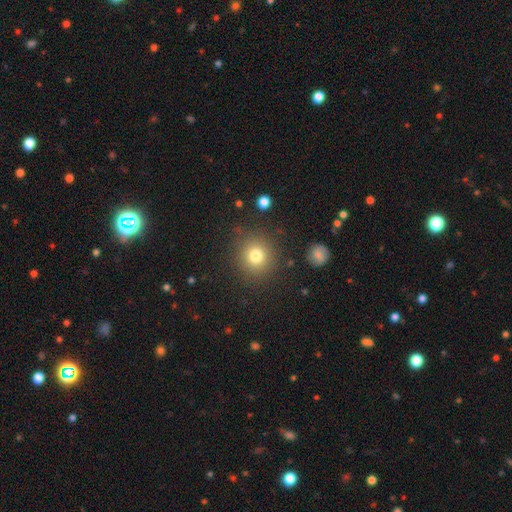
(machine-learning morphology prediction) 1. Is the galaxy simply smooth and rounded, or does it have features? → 78% smooth, 14% star or artifact, 9% featured or disk.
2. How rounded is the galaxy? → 90% round, 9% in between, 1% cigar-shaped.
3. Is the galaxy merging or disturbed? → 86% none, 8% minor disturbance, 4% major disturbance, 2% merger.